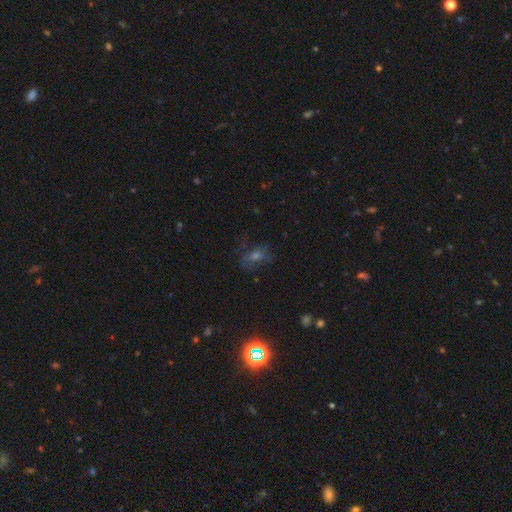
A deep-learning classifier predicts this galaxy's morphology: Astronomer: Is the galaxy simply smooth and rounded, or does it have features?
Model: star or artifact — 39% (runner-up: smooth, 33%).